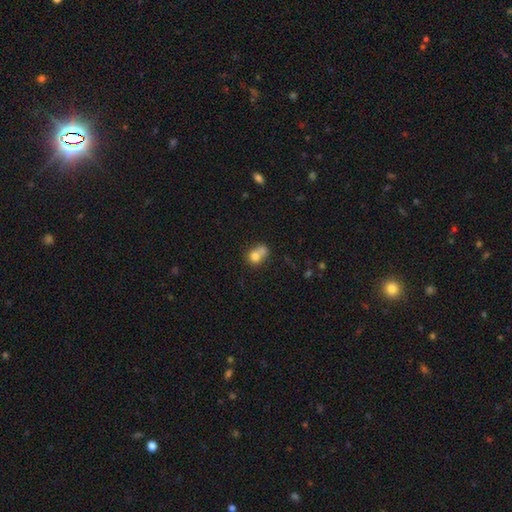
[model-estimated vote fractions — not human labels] smooth-or-featured: smooth: 74% | featured or disk: 15% | star or artifact: 11%
  how-rounded: round: 58% | in between: 40% | cigar-shaped: 1%
  merging: merger: 54% | none: 27% | minor disturbance: 12% | major disturbance: 7%